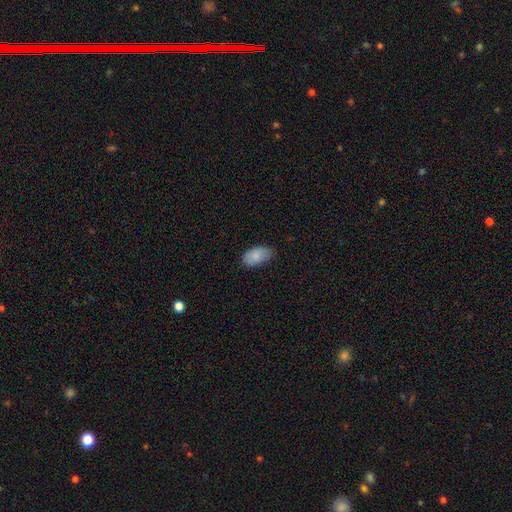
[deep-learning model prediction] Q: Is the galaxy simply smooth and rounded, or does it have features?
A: smooth — 84%.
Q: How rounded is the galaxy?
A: in between — 95%.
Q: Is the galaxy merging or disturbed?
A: none — 77%.